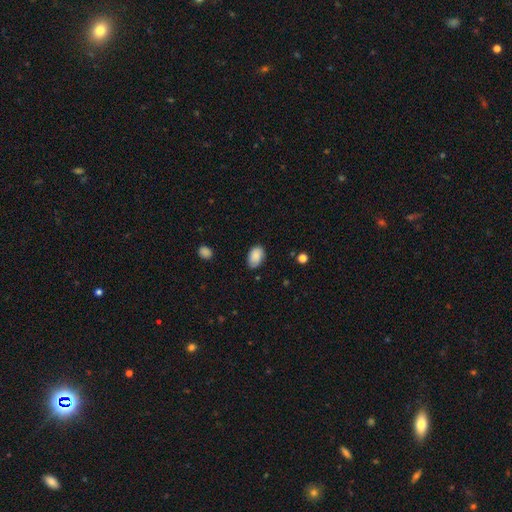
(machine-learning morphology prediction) smooth-or-featured: smooth: 82% | featured or disk: 10% | star or artifact: 7%
  how-rounded: in between: 90% | round: 9% | cigar-shaped: 1%
  merging: none: 75% | minor disturbance: 20% | major disturbance: 4% | merger: 1%